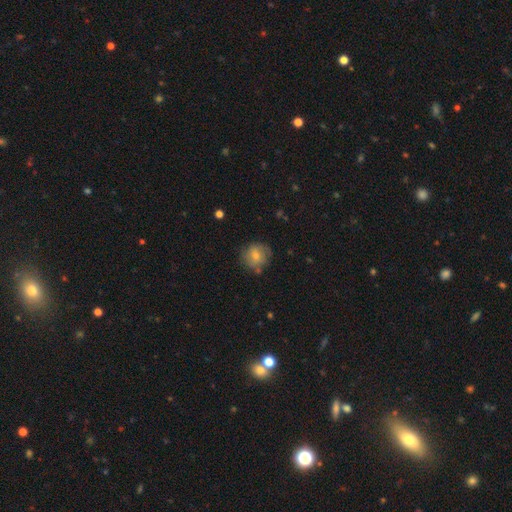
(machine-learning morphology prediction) type=smooth (64%); roundness=round (87%); merging=none (73%).